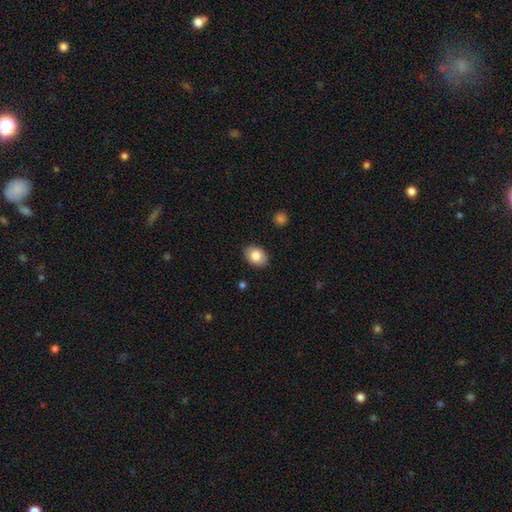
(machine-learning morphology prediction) type=smooth (82%); roundness=in between (71%); merging=none (88%).